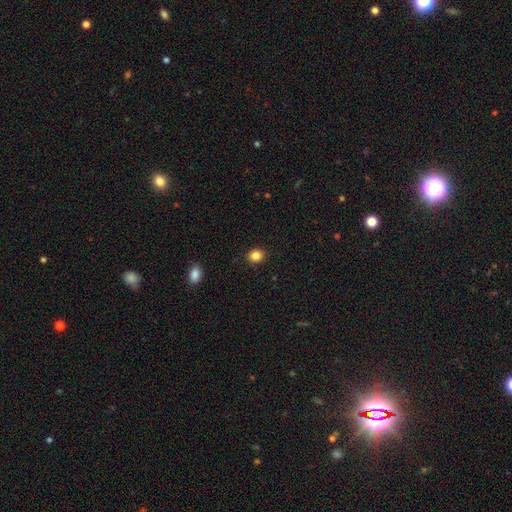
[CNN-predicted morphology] Smooth or featured?
  - smooth: 85% *
  - star or artifact: 11%
  - featured or disk: 4%
How rounded?
  - round: 76% *
  - in between: 24%
  - cigar-shaped: 1%
Merging?
  - none: 90% *
  - minor disturbance: 7%
  - major disturbance: 2%
  - merger: 1%